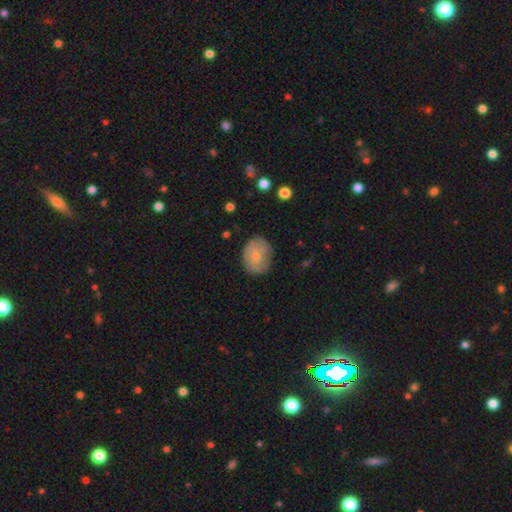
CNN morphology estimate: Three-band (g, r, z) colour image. It shows a smooth galaxy with no disk features (60%) that is round (55%). Merging: none (71%).